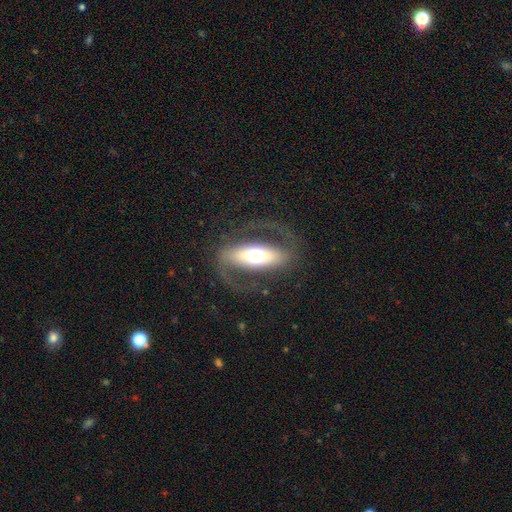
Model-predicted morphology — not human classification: Overall: featured or disk (76%). Edge-on disk: no (87%). Bar: strong (50%; no 30%). Spiral arms: yes (76%). Bulge size: moderate (48%; large 33%). Merging: none (72%).